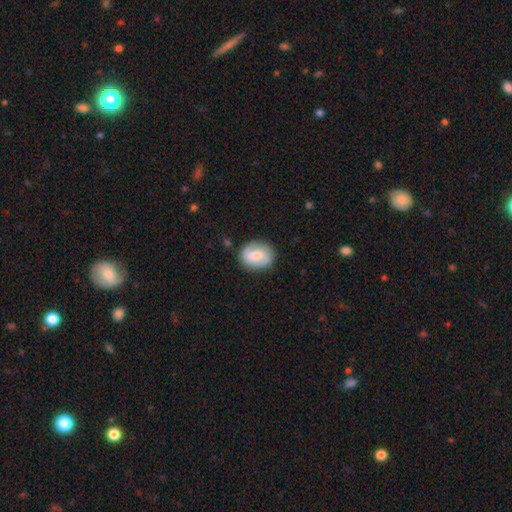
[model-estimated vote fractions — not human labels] Smooth or featured? Predicted: smooth (p=0.62). How rounded? Predicted: in between (p=0.55). Merging? Predicted: none (p=0.75).